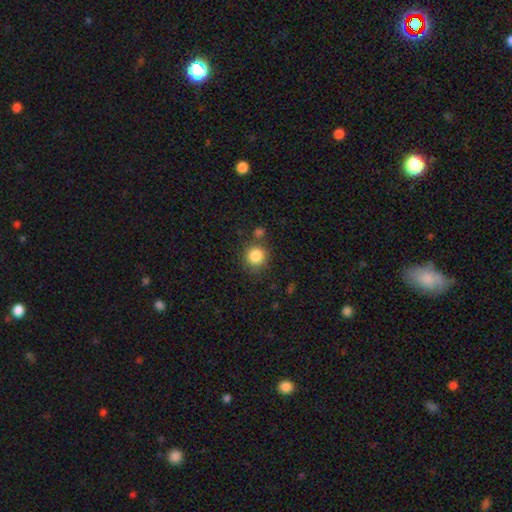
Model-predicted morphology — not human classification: smooth_or_featured: smooth (p=0.85) [alt: star or artifact p=0.10]
how_rounded: round (p=0.91) [alt: in between p=0.08]
merging: none (p=0.77) [alt: minor disturbance p=0.11]